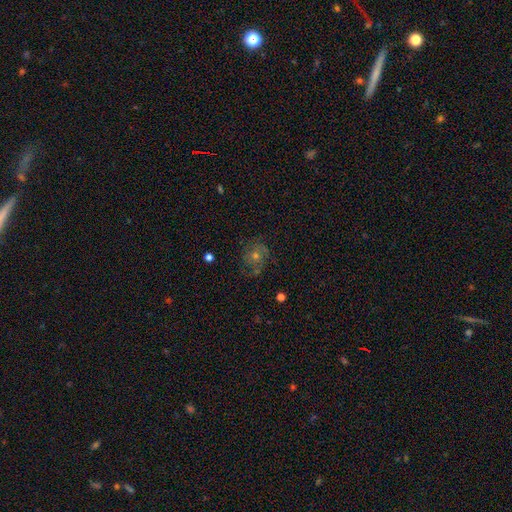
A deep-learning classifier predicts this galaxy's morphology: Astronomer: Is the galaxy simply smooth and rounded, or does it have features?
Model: featured or disk — 57%.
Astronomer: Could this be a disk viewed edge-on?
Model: no — 97%.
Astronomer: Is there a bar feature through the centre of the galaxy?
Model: no — 82%.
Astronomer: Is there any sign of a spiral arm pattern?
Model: yes — 83%.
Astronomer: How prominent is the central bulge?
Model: moderate — 47% (runner-up: small, 46%).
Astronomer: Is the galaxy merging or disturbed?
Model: none — 69%.